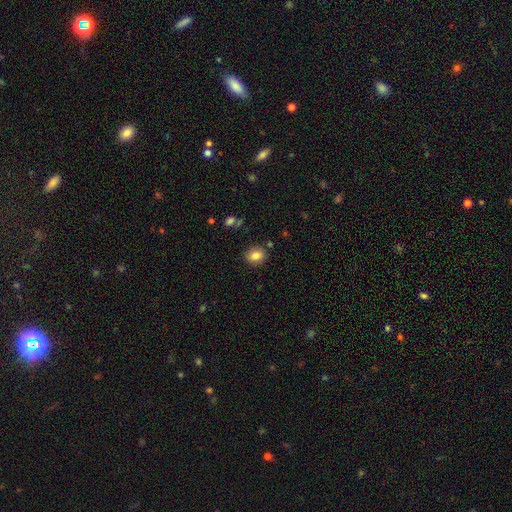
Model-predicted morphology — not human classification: Smooth or featured?
  - smooth: 83% *
  - star or artifact: 10%
  - featured or disk: 7%
How rounded?
  - round: 57% *
  - in between: 42%
  - cigar-shaped: 1%
Merging?
  - none: 86% *
  - minor disturbance: 9%
  - merger: 3%
  - major disturbance: 2%